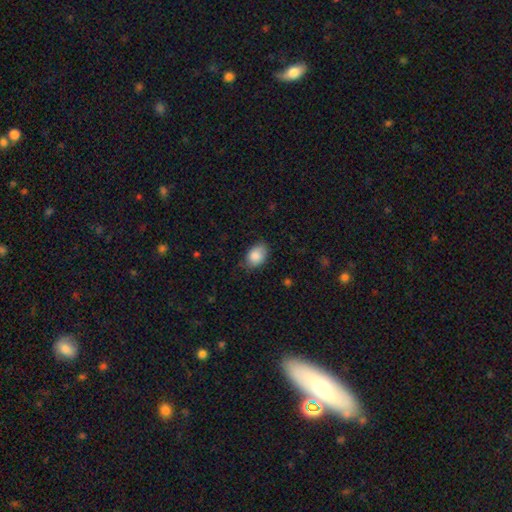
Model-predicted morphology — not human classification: Smooth or featured? Predicted: smooth (p=0.86). How rounded? Predicted: in between (p=0.84). Merging? Predicted: none (p=0.73).